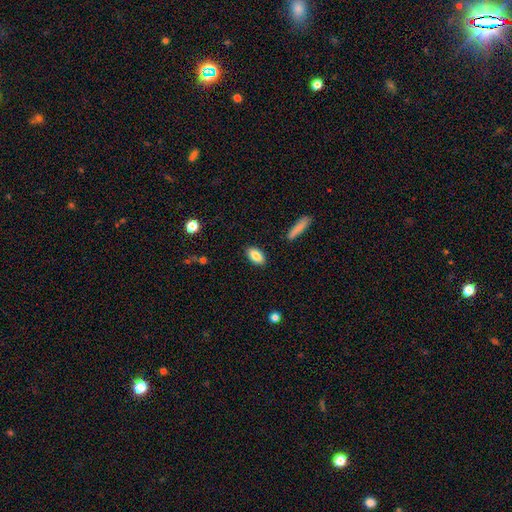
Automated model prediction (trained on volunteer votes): smooth_or_featured: smooth (p=0.86) [alt: featured or disk p=0.07]
how_rounded: in between (p=0.91) [alt: cigar-shaped p=0.05]
merging: none (p=0.87) [alt: minor disturbance p=0.09]